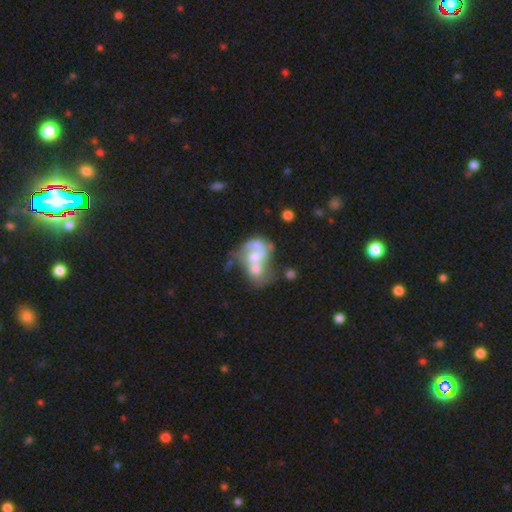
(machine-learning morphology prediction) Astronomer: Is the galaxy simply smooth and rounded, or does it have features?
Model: featured or disk — 61%.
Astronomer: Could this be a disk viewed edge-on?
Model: no — 97%.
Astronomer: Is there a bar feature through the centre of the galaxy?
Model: no — 74%.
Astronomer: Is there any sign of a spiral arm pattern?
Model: no — 53% (runner-up: yes, 47%).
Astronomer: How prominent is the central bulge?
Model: moderate — 47%.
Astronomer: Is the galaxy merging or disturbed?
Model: merger — 65%.